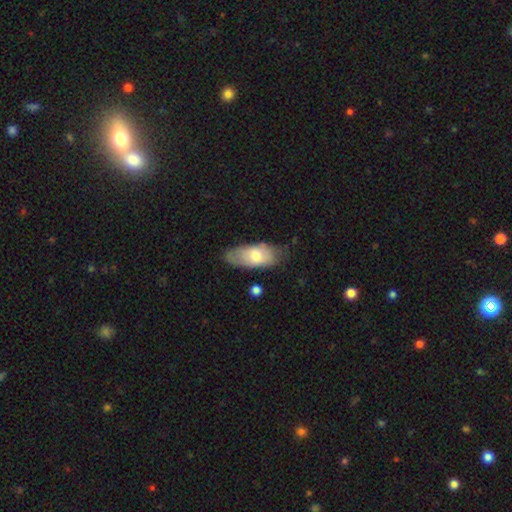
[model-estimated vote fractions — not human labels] This appears to be a smooth galaxy with no disk features (68%) that is in between round and cigar-shaped (87%). Merging: none (65%).